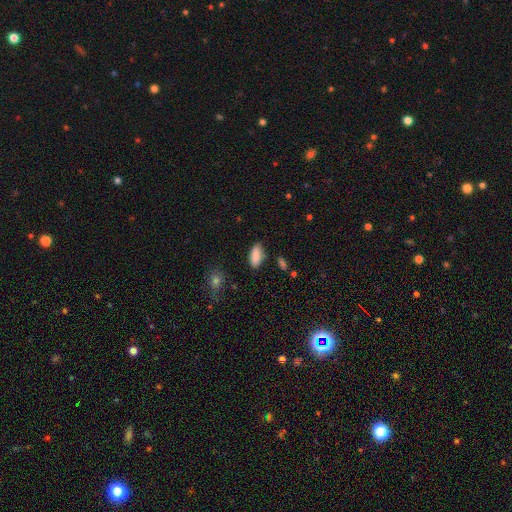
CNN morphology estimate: smooth-or-featured: smooth: 88% | star or artifact: 8% | featured or disk: 4%
  how-rounded: in between: 88% | cigar-shaped: 10% | round: 2%
  merging: none: 81% | minor disturbance: 13% | merger: 3% | major disturbance: 3%